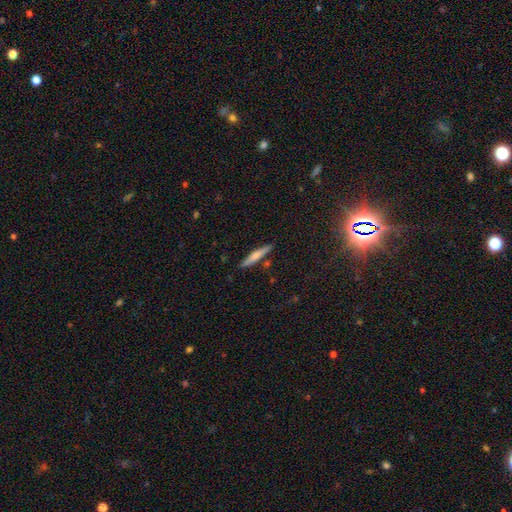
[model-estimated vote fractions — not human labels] smooth 54%, featured or disk 39%, star or artifact 7%. Down the decision tree: how rounded — cigar-shaped (92%); merging — none (86%).